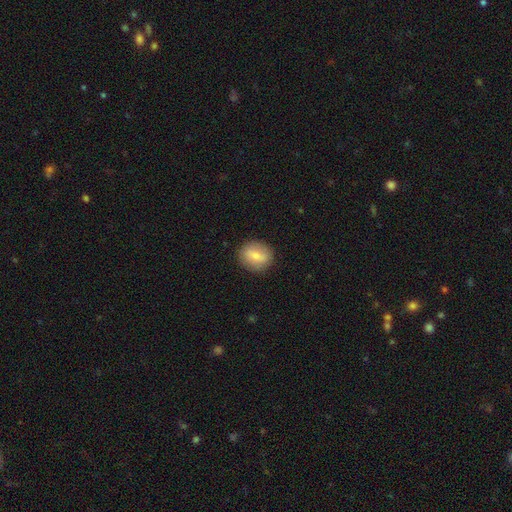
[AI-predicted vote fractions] smooth 72%, featured or disk 21%, star or artifact 7%. Down the decision tree: how rounded — round (66%); merging — none (86%).